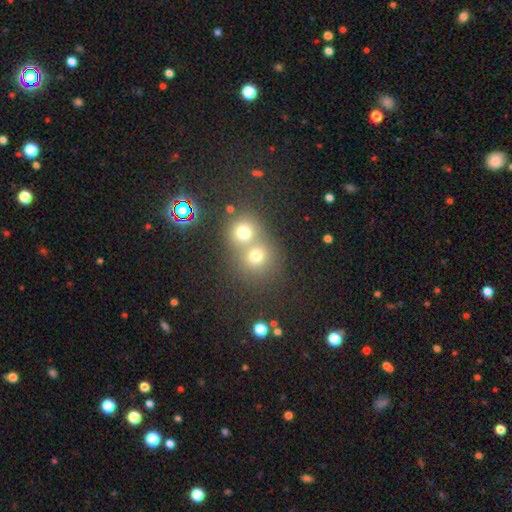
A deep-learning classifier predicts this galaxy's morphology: A smooth galaxy with no disk features (72%) that is round (84%). Merging: merger (53%).